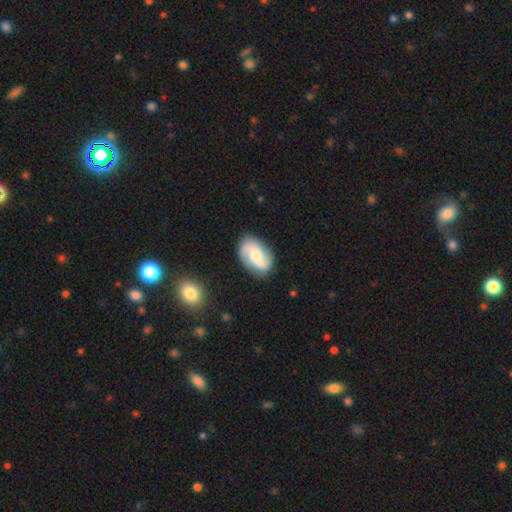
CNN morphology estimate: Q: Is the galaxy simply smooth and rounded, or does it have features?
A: featured or disk — 68%.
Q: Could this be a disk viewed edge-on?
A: no — 97%.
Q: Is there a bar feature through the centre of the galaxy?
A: no — 55%.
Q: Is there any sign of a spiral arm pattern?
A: yes — 94%.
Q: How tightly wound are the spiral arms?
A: loose — 45%.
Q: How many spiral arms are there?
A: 2 — 87%.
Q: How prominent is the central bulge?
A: moderate — 54%.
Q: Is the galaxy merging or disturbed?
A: none — 81%.